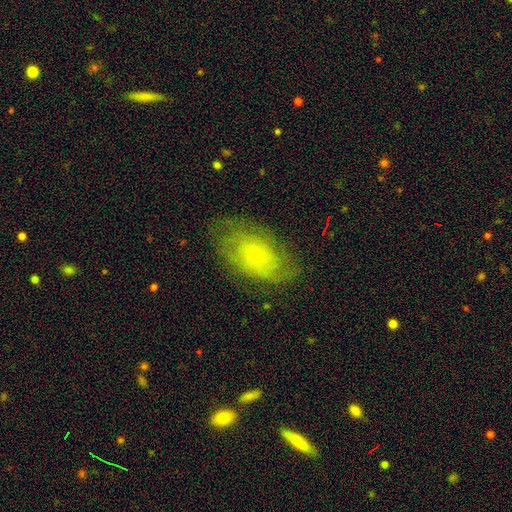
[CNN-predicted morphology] type=featured or disk (49%); merging=none (68%).